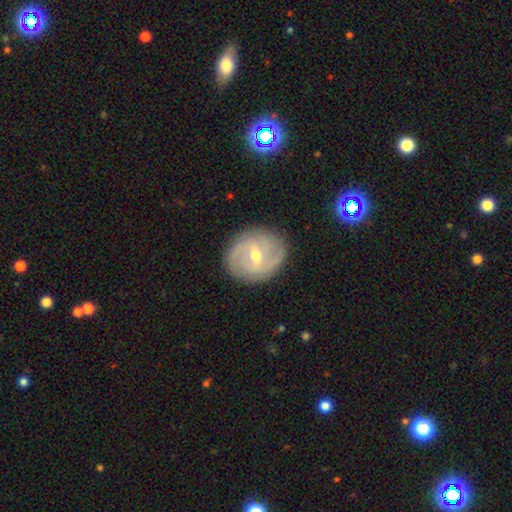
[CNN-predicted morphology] Smooth or featured? featured or disk (78%)
Edge-on disk? no (96%)
Bar? weak (53%)
Spiral arms? yes (85%)
Spiral winding? tight (48%)
Spiral arm count? 2 (54%)
Bulge size? moderate (66%)
Merging? none (84%)